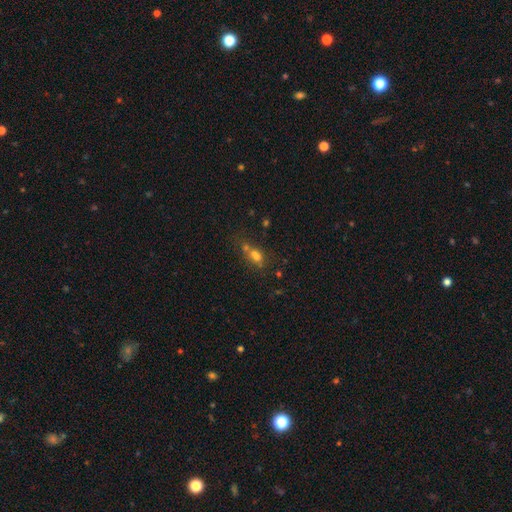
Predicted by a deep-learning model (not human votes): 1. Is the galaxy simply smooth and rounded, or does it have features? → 61% smooth, 20% star or artifact, 19% featured or disk.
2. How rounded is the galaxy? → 49% round, 47% in between, 4% cigar-shaped.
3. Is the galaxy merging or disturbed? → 52% merger, 32% none, 10% minor disturbance, 6% major disturbance.